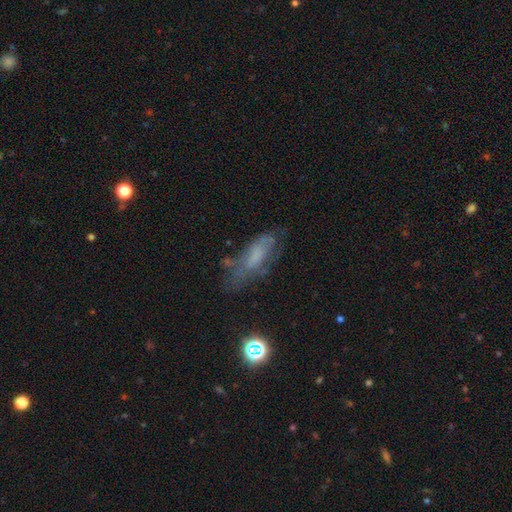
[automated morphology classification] The model was most divided on "smooth or featured": smooth: 43%, featured or disk: 42%, star or artifact: 15%. More confident: merging — none (51%).